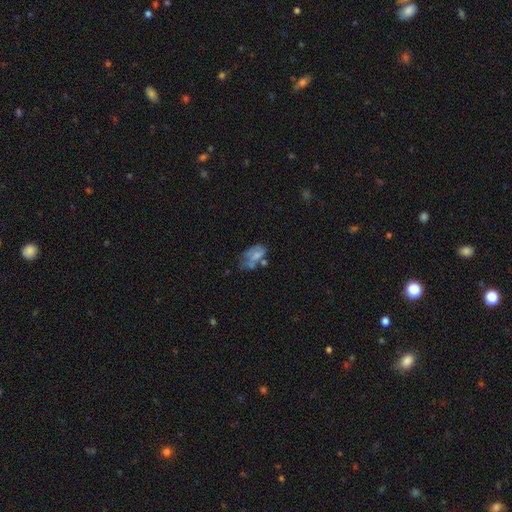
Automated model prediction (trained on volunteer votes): smooth_or_featured: smooth (p=0.51) [alt: featured or disk p=0.37]
how_rounded: in between (p=0.88) [alt: round p=0.08]
merging: major disturbance (p=0.27) [tied with: none p=0.27]